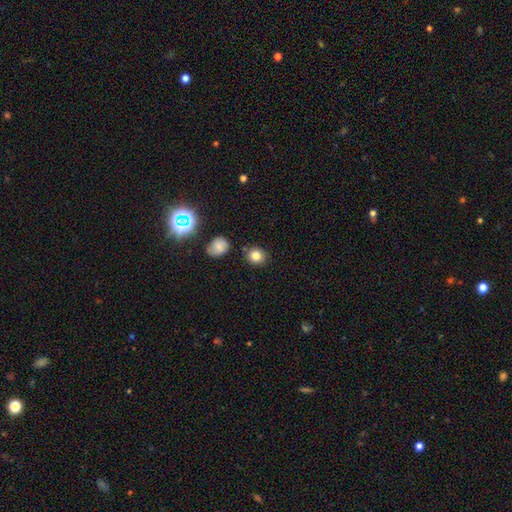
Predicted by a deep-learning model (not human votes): This is clearly a smooth galaxy (80%). How rounded: likely round (79%). Merging: clearly none (85%).